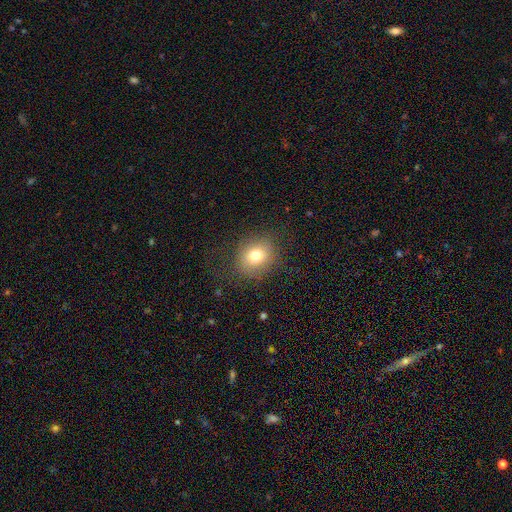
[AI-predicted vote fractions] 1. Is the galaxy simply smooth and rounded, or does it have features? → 74% smooth, 13% star or artifact, 13% featured or disk.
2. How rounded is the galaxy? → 73% round, 26% in between, 1% cigar-shaped.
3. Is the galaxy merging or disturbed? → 78% none, 13% minor disturbance, 8% major disturbance, 1% merger.